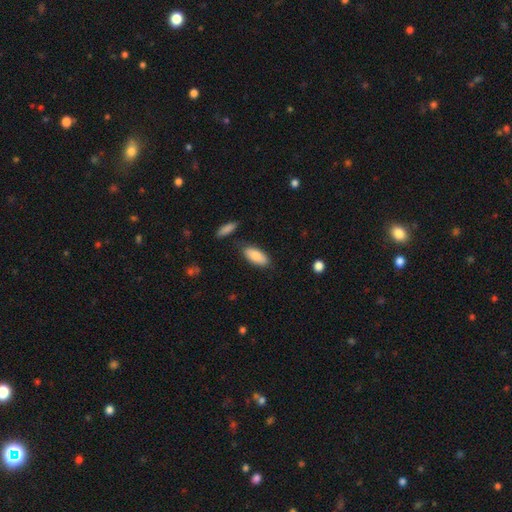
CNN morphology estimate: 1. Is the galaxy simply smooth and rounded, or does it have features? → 86% smooth, 8% featured or disk, 6% star or artifact.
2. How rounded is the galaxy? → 86% in between, 12% cigar-shaped, 2% round.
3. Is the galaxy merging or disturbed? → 82% none, 12% minor disturbance, 4% merger, 3% major disturbance.